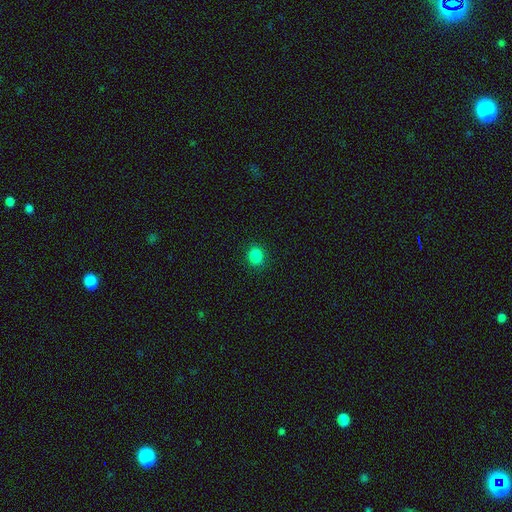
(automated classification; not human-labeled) The model was most divided on "how rounded": round: 78%, in between: 21%, cigar-shaped: 1%. More confident: merging — none (90%); smooth or featured — smooth (86%).